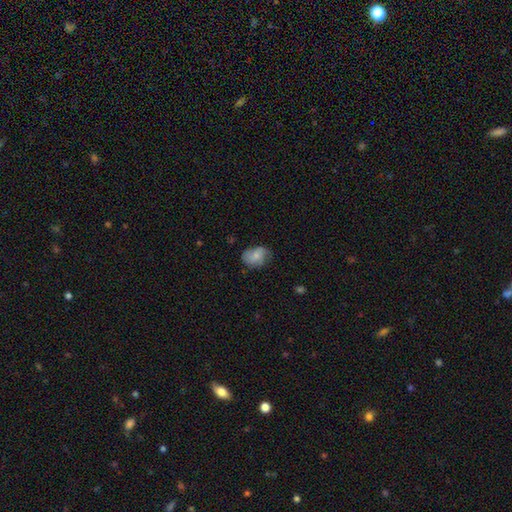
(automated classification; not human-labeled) A smooth galaxy with no disk features (63%) that is in between round and cigar-shaped (68%). Merging: none (57%).